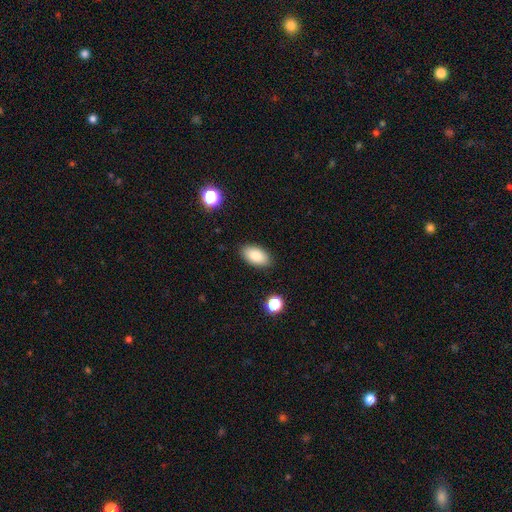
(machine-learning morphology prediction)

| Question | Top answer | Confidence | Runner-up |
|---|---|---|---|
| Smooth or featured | smooth | 83% | featured or disk (9%) |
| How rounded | in between | 93% | round (4%) |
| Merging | none | 87% | minor disturbance (9%) |